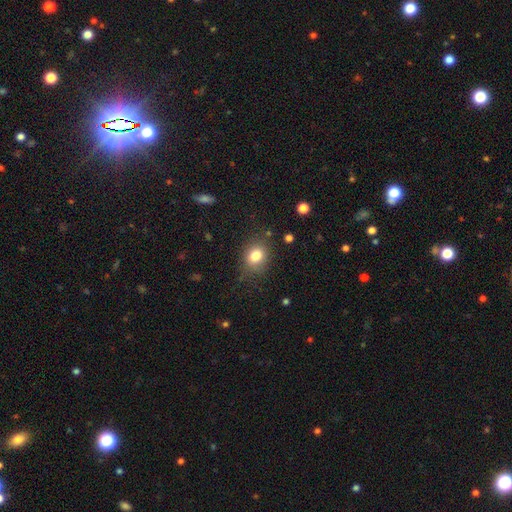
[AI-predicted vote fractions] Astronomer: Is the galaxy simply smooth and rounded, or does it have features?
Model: smooth — 81%.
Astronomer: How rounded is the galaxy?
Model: round — 54% (runner-up: in between, 45%).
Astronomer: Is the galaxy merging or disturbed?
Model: none — 80%.